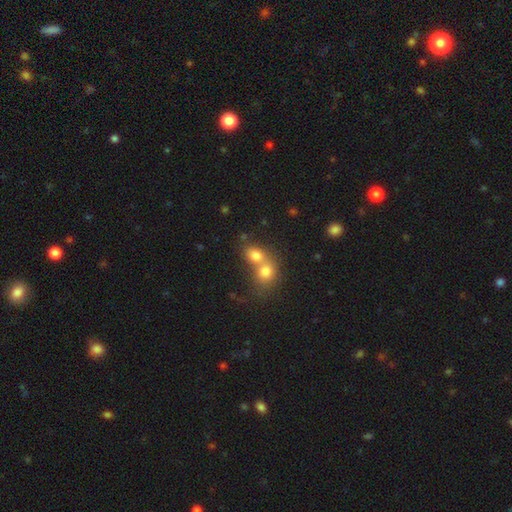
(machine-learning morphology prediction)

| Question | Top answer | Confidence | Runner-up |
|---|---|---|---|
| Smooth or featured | smooth | 77% | featured or disk (13%) |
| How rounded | in between | 50% | round (49%) |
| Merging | merger | 67% | none (24%) |